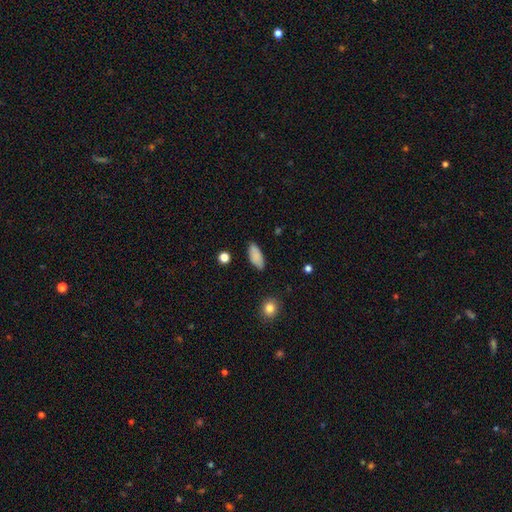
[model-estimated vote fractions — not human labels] smooth-or-featured: smooth: 87% | star or artifact: 7% | featured or disk: 6%
  how-rounded: in between: 85% | cigar-shaped: 13% | round: 2%
  merging: none: 84% | minor disturbance: 12% | major disturbance: 2% | merger: 2%